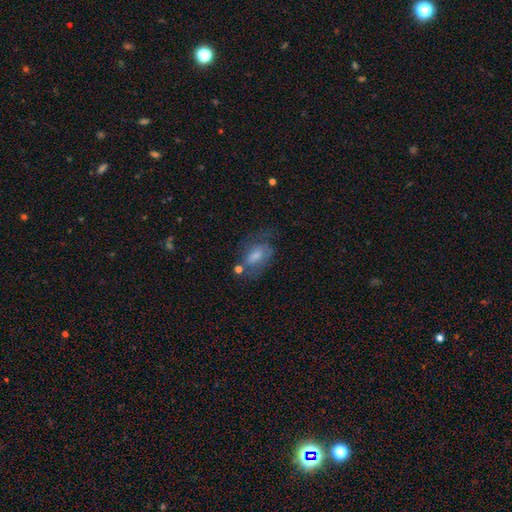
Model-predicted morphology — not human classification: A smooth galaxy with no disk features (47%).

Vote fractions:
- Smooth or featured? smooth: 47% / featured or disk: 43% / star or artifact: 10%
- Merging? none: 45% / minor disturbance: 24% / major disturbance: 22% / merger: 9%